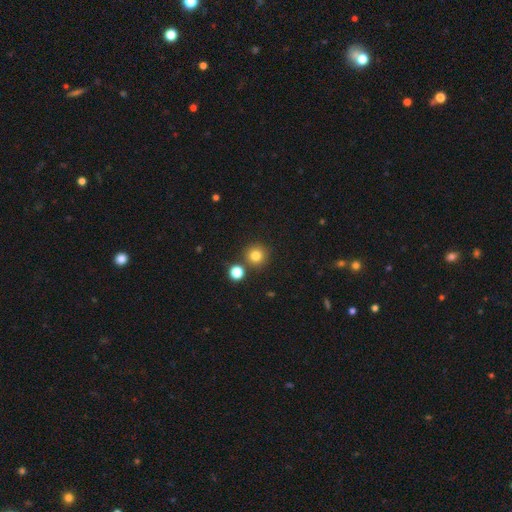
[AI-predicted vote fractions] The model was most divided on "smooth or featured": smooth: 81%, star or artifact: 13%, featured or disk: 6%. More confident: how rounded — round (94%); merging — none (82%).